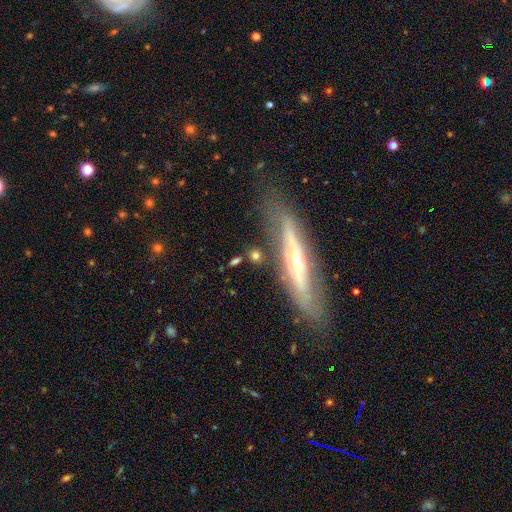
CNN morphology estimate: Smooth or featured: smooth — 50% (featured or disk — 39%)
How rounded: cigar-shaped — 44% (in between — 30%)
Merging: none — 72% (minor disturbance — 14%)